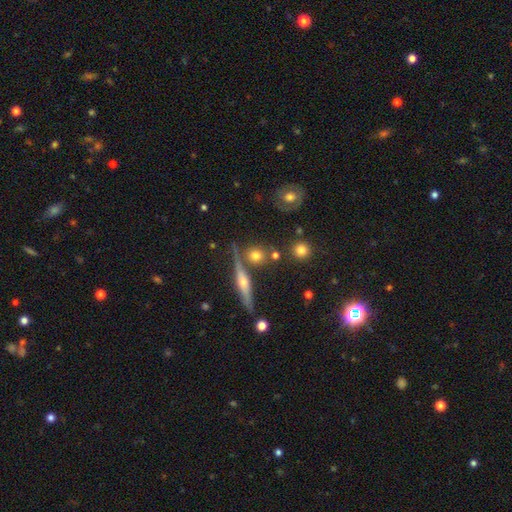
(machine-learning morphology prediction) This appears to be a smooth galaxy with no disk features (65%) that is round (72%). Merging: none (72%).